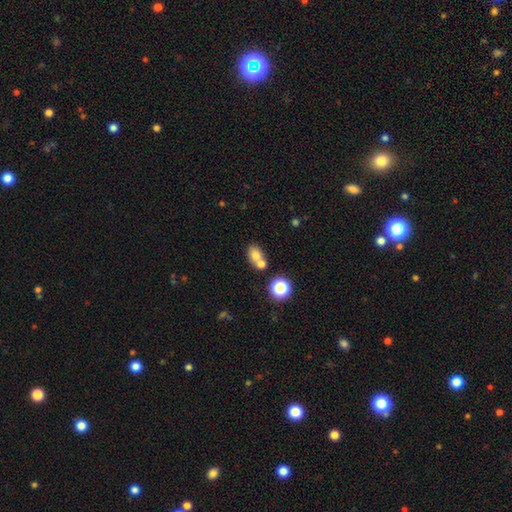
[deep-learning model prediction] smooth_or_featured: smooth (p=0.73) [alt: featured or disk p=0.14]
how_rounded: in between (p=0.63) [alt: round p=0.35]
merging: merger (p=0.46) [alt: none p=0.41]